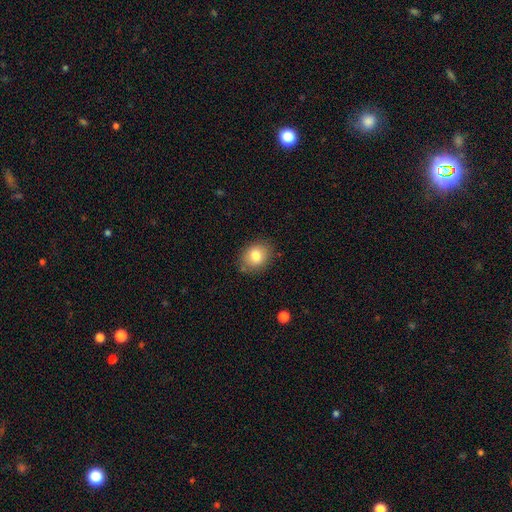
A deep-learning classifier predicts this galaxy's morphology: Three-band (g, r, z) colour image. It shows a smooth galaxy with no disk features (80%) that is in between round and cigar-shaped (50%). Merging: none (82%).